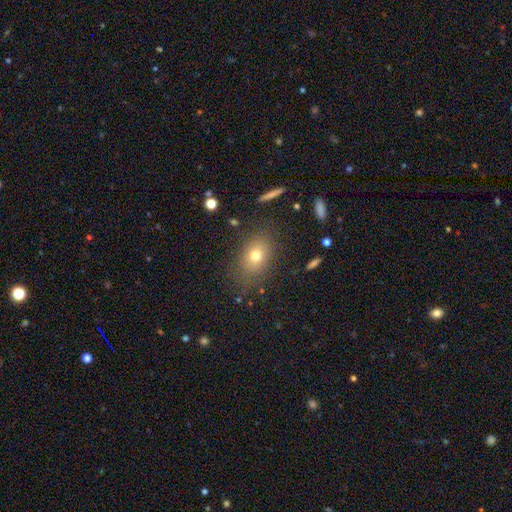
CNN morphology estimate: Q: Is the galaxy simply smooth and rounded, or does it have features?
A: smooth — 71%.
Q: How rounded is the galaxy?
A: in between — 67%.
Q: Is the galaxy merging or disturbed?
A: none — 79%.